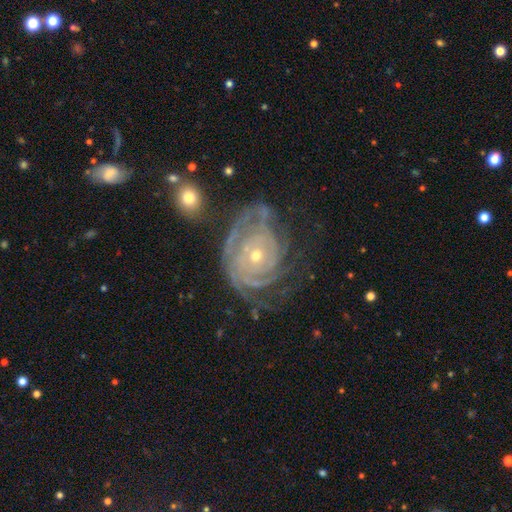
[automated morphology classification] Smooth or featured? Predicted: featured or disk (p=0.87). Edge-on disk? Predicted: no (p=0.97). Bar? Predicted: no (p=0.81). Spiral arms? Predicted: yes (p=0.94). Spiral winding? Predicted: tight (p=0.74). Spiral arm count? Predicted: can't tell (p=0.35). Bulge size? Predicted: small (p=0.65). Merging? Predicted: none (p=0.50).